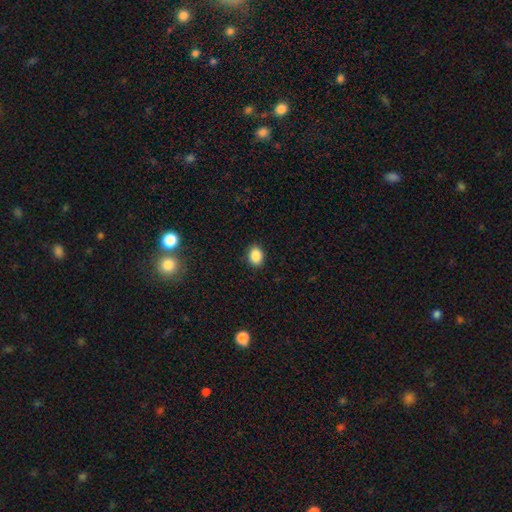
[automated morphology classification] Overall: smooth (87%). How rounded: in between (58%; round 41%). Merging: none (89%).